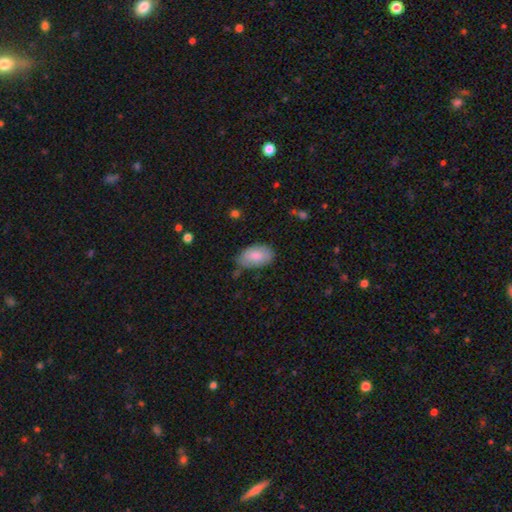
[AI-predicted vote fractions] This is clearly a smooth galaxy (80%). How rounded: clearly in between (94%). Merging: likely none (68%).